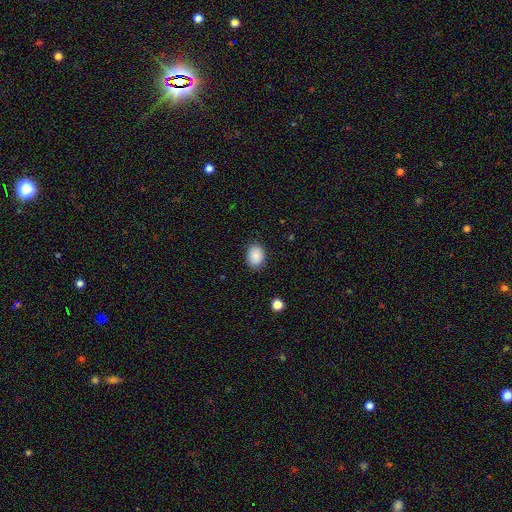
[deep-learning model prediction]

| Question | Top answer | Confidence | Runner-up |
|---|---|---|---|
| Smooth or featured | smooth | 89% | star or artifact (8%) |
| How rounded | in between | 66% | round (33%) |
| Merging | none | 87% | minor disturbance (10%) |